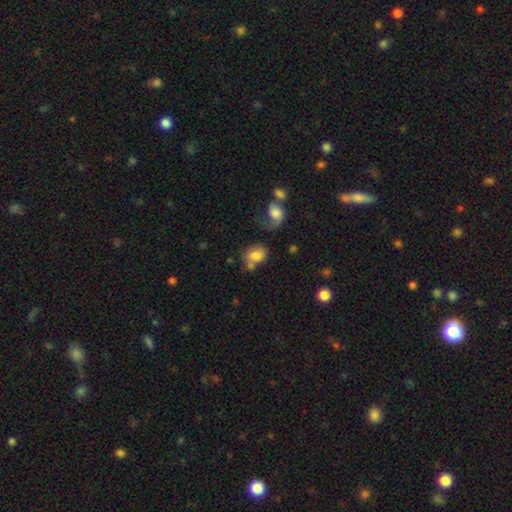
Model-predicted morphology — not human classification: Smooth or featured? Predicted: smooth (p=0.74). How rounded? Predicted: in between (p=0.62). Merging? Predicted: none (p=0.39).